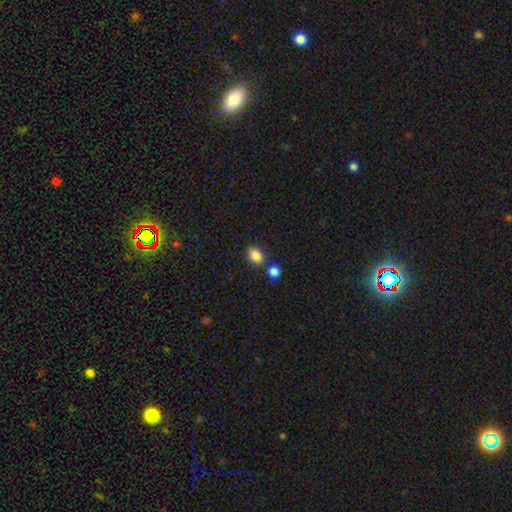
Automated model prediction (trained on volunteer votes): The model was most divided on "how rounded": in between: 71%, round: 28%, cigar-shaped: 1%. More confident: smooth or featured — smooth (86%); merging — none (67%).